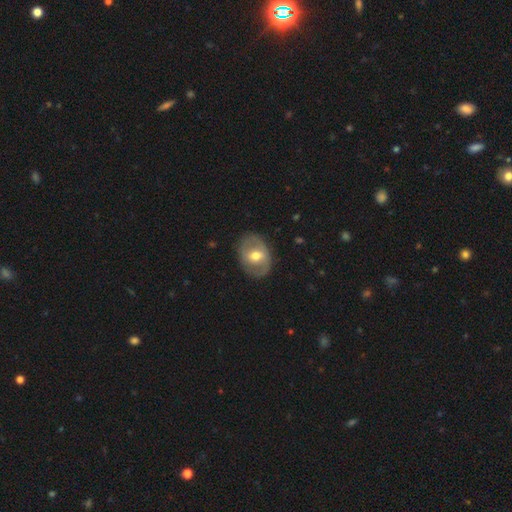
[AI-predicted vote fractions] Morphology: type=featured or disk (51%); edge-on=no (94%); merging=none (81%).